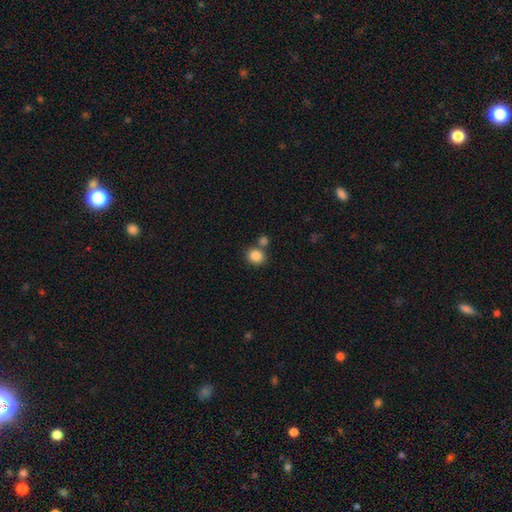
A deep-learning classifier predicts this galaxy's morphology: Smooth or featured? Predicted: smooth (p=0.85). How rounded? Predicted: round (p=0.75). Merging? Predicted: none (p=0.66).